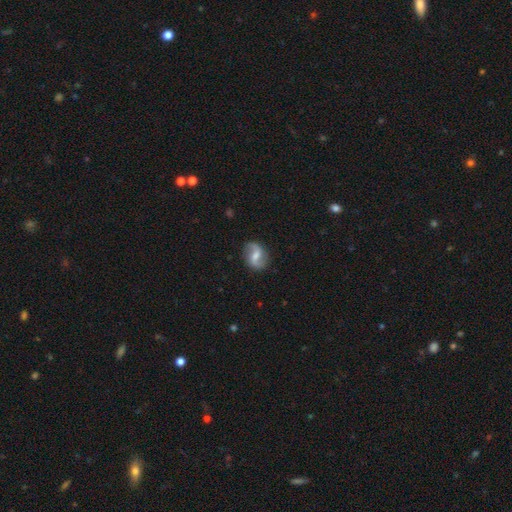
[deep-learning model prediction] Overall: featured or disk (77%). Edge-on disk: no (97%). Bar: weak (52%; no 25%). Spiral arms: yes (94%). Spiral arm count: 2 (91%). Spiral winding: loose (57%; medium 33%). Bulge size: moderate (48%; small 32%). Merging: none (82%).